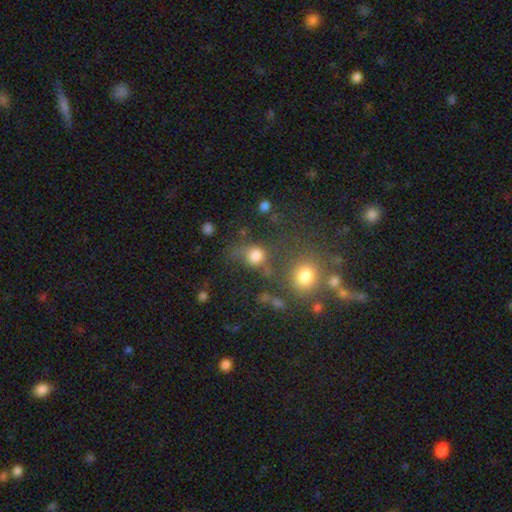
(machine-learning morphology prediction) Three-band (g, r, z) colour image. It shows a smooth galaxy with no disk features (76%) that is round (76%). Merging: none (48%).